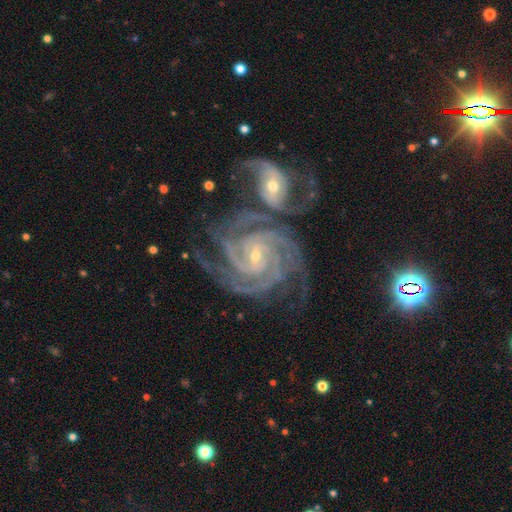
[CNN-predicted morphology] This is clearly a featured or disk galaxy (93%). It is clearly not viewed edge-on (98%). Bar: marginally no (45%). Spiral arm pattern: clearly yes (99%). Spiral arm count: marginally 3 (31%). Spiral winding: likely tight (71%). Central bulge: likely small (76%). Merging: possibly merger (47%).